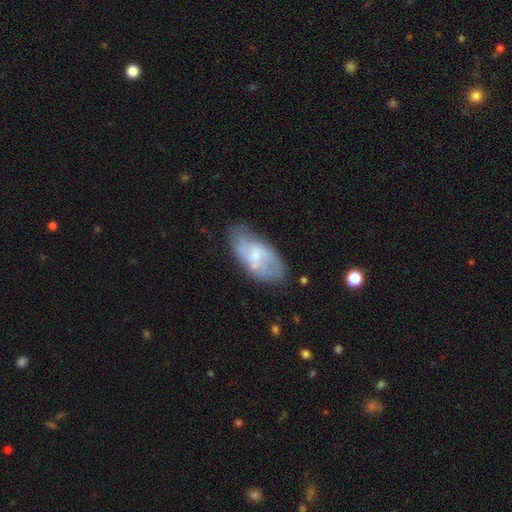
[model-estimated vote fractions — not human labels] This is possibly a featured or disk galaxy (58%). It is clearly not viewed edge-on (93%). Bar: possibly weak (46%). Spiral arm pattern: likely yes (66%). Central bulge: possibly small (50%). Merging: likely none (61%).